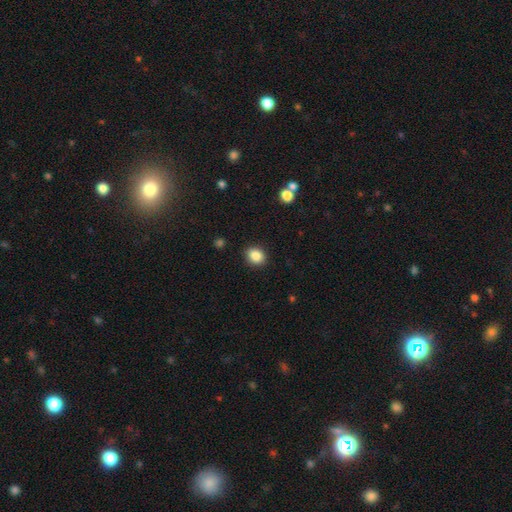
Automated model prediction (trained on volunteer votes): A smooth galaxy with no disk features (86%) that is round (63%).

Vote fractions:
- Smooth or featured? smooth: 86% / star or artifact: 9% / featured or disk: 4%
- How rounded? round: 63% / in between: 36% / cigar-shaped: 1%
- Merging? none: 90% / minor disturbance: 7% / major disturbance: 2% / merger: 1%